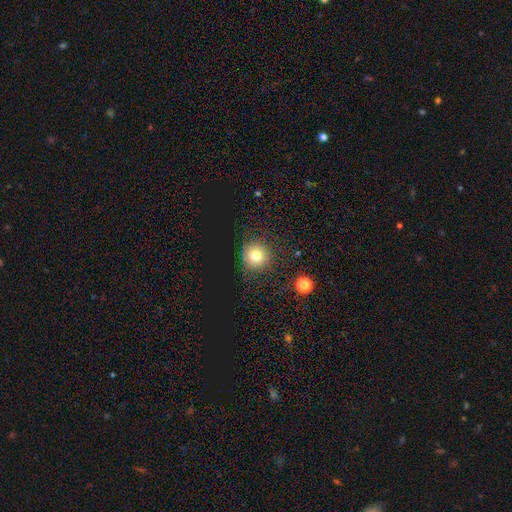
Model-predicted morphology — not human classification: type=smooth (73%); roundness=round (93%); merging=none (83%).